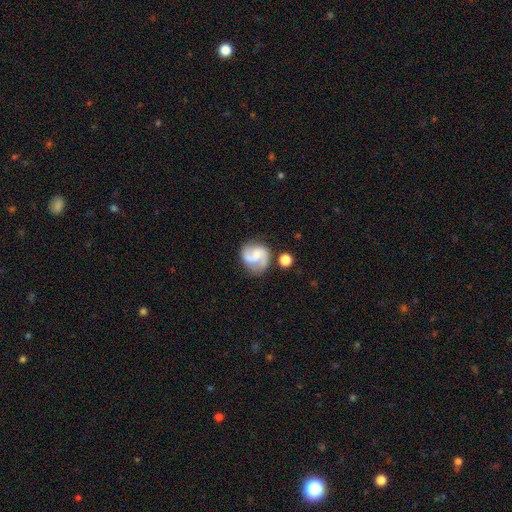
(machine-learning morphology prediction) Smooth or featured: featured or disk — 74% (smooth — 19%)
Edge-on disk: no — 98% (yes — 2%)
Bar: no — 48% (weak — 41%)
Spiral arms: yes — 94% (no — 6%)
Spiral winding: medium — 48% (loose — 34%)
Spiral arm count: 2 — 86% (can't tell — 5%)
Bulge size: small — 42% (none — 29%)
Merging: none — 65% (minor disturbance — 18%)